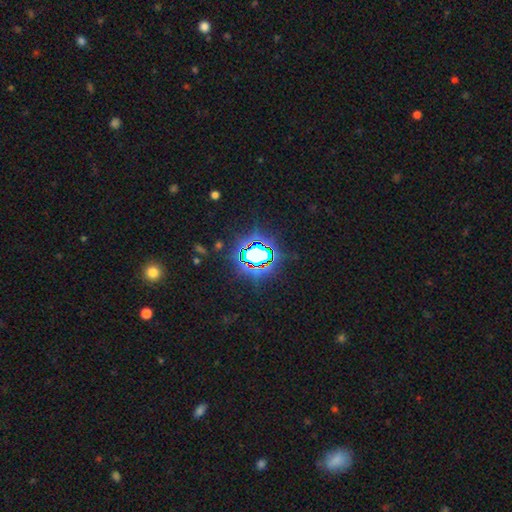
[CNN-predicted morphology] smooth-or-featured: star or artifact: 74% | smooth: 16% | featured or disk: 11%